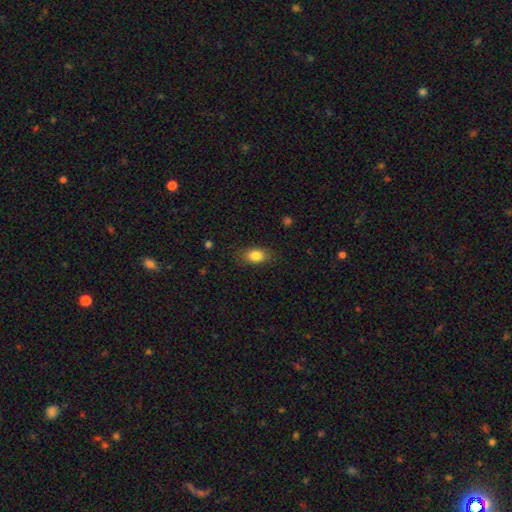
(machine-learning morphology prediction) Q: Smooth or featured?
A: smooth (84%); runner-up: star or artifact (8%)
Q: How rounded?
A: in between (82%); runner-up: round (15%)
Q: Merging?
A: none (82%); runner-up: minor disturbance (13%)